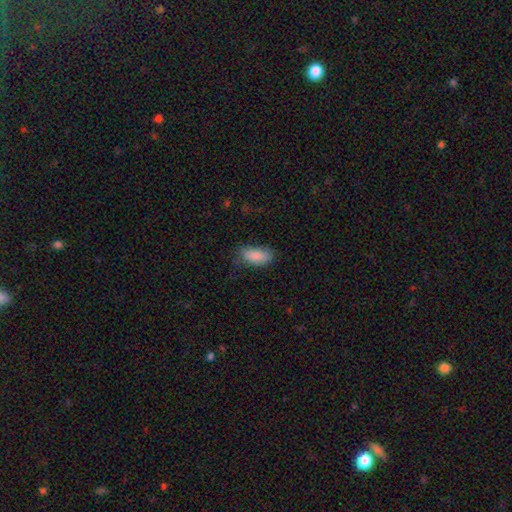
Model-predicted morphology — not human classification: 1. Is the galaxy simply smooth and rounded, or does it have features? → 87% smooth, 7% star or artifact, 6% featured or disk.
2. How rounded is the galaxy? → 90% in between, 7% cigar-shaped, 3% round.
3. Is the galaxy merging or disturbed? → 67% none, 24% minor disturbance, 7% major disturbance, 2% merger.